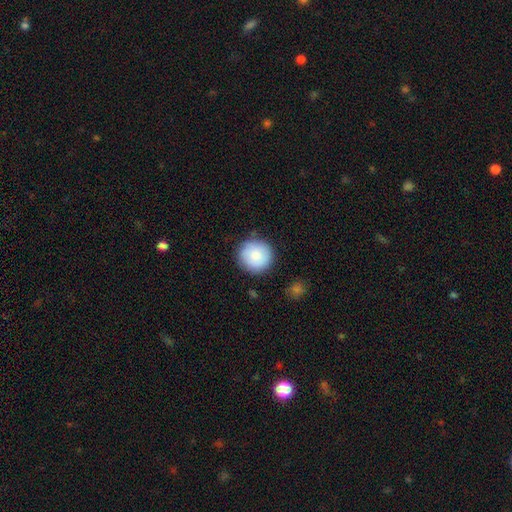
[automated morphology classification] Smooth or featured?
  - smooth: 83% *
  - featured or disk: 10%
  - star or artifact: 7%
How rounded?
  - round: 94% *
  - in between: 5%
  - cigar-shaped: 1%
Merging?
  - none: 85% *
  - minor disturbance: 11%
  - major disturbance: 3%
  - merger: 2%